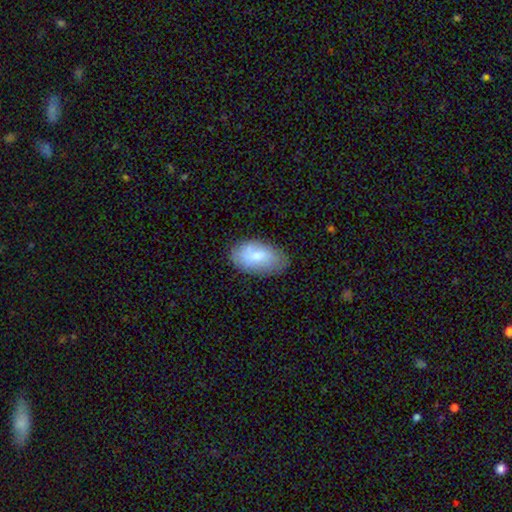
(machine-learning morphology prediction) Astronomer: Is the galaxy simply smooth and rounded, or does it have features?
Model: smooth — 76%.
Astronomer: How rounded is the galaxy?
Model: in between — 94%.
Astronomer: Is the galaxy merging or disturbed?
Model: none — 76%.